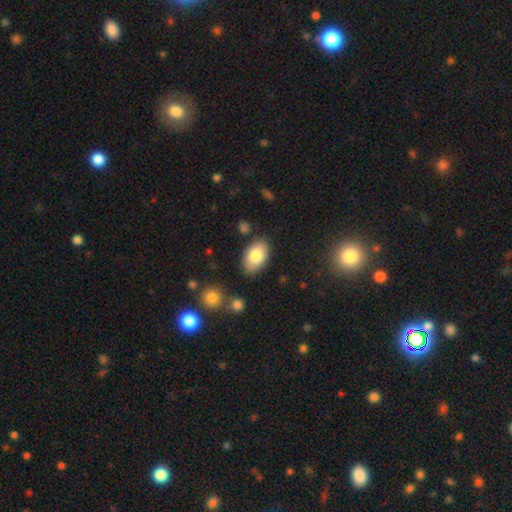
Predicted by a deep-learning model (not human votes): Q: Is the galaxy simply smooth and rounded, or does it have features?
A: smooth — 80%.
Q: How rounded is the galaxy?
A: in between — 92%.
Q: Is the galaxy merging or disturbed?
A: none — 83%.